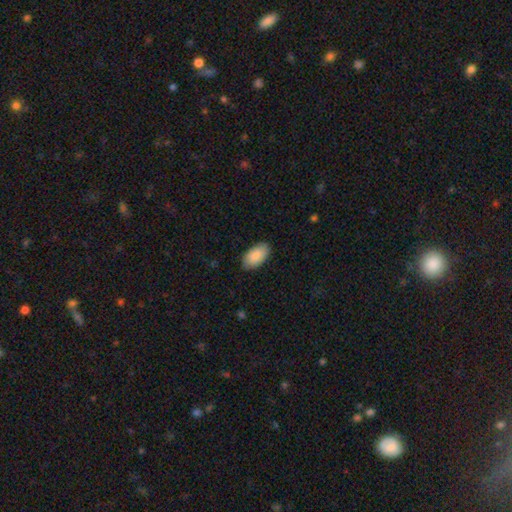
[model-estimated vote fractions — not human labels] smooth_or_featured: smooth (p=0.89) [alt: featured or disk p=0.06]
how_rounded: in between (p=0.96) [alt: round p=0.02]
merging: none (p=0.86) [alt: minor disturbance p=0.11]